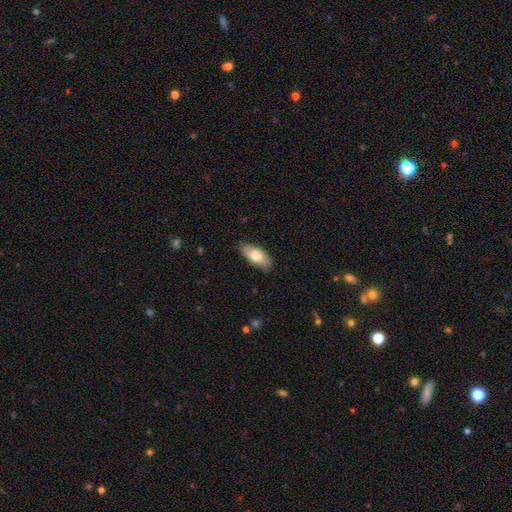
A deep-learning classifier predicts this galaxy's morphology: A smooth galaxy with no disk features (75%) that is in between round and cigar-shaped (86%).

Vote fractions:
- Smooth or featured? smooth: 75% / featured or disk: 19% / star or artifact: 6%
- How rounded? in between: 86% / cigar-shaped: 12% / round: 2%
- Merging? none: 81% / minor disturbance: 15% / major disturbance: 2% / merger: 1%